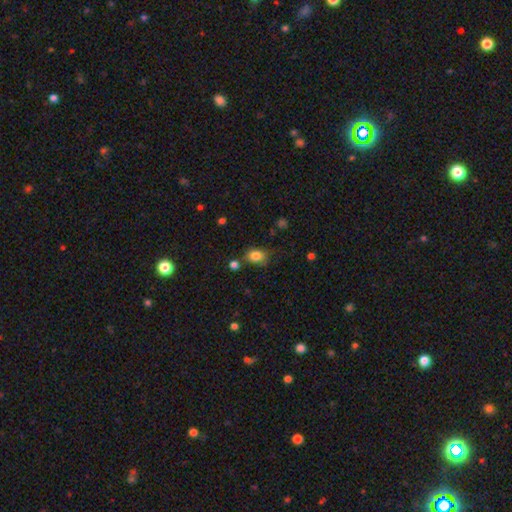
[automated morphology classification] A smooth galaxy with no disk features (83%) that is in between round and cigar-shaped (63%). Merging: none (66%).